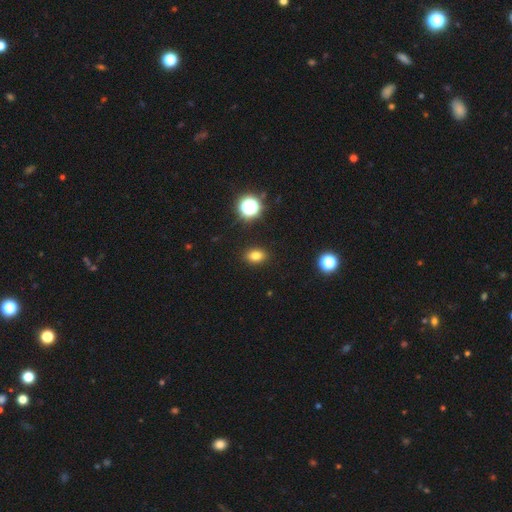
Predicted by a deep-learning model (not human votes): The model was most divided on "how rounded": in between: 74%, round: 25%, cigar-shaped: 2%. More confident: merging — none (90%); smooth or featured — smooth (78%).